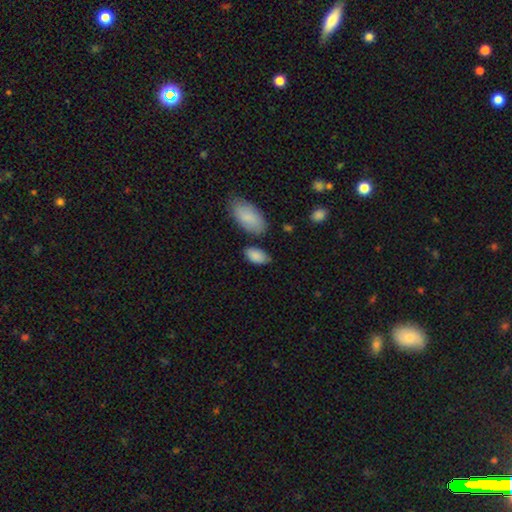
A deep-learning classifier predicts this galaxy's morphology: Smooth or featured? smooth (87%)
How rounded? in between (94%)
Merging? none (67%)